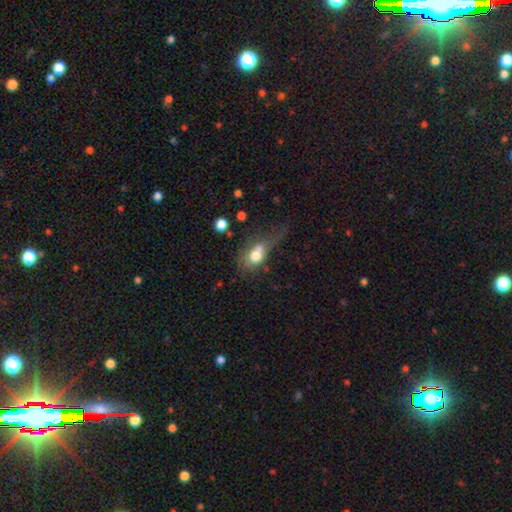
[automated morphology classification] smooth_or_featured: smooth (p=0.68) [alt: featured or disk p=0.21]
how_rounded: in between (p=0.63) [alt: round p=0.34]
merging: merger (p=0.34) [alt: major disturbance p=0.27]